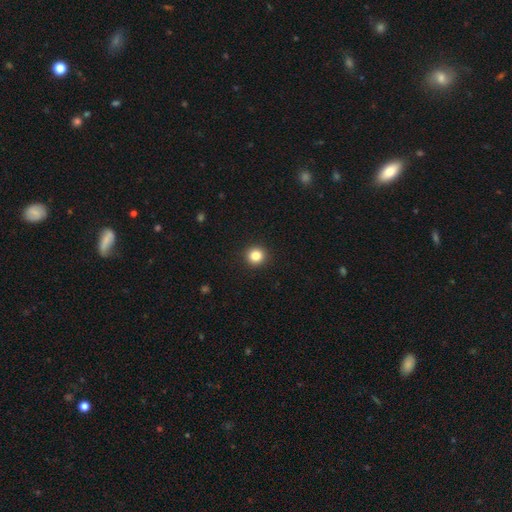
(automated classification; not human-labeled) Smooth or featured: smooth — 84% (star or artifact — 11%)
How rounded: round — 94% (in between — 5%)
Merging: none — 93% (minor disturbance — 4%)